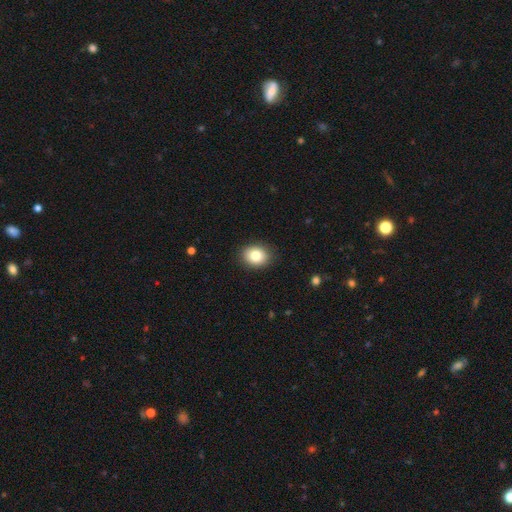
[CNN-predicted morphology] Overall: smooth (82%). How rounded: round (52%; in between 47%). Merging: none (89%).